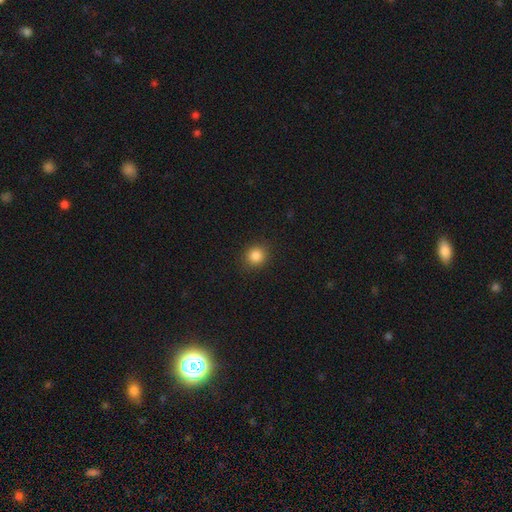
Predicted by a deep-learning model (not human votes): Smooth or featured? Predicted: smooth (p=0.85). How rounded? Predicted: round (p=0.86). Merging? Predicted: none (p=0.90).